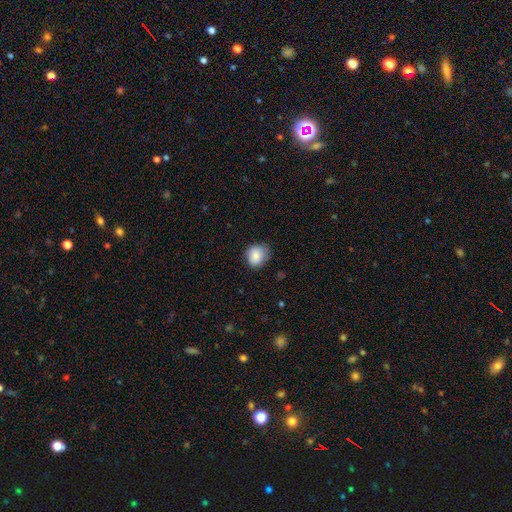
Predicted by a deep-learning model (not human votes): Smooth or featured? Predicted: smooth (p=0.86). How rounded? Predicted: round (p=0.68). Merging? Predicted: none (p=0.70).